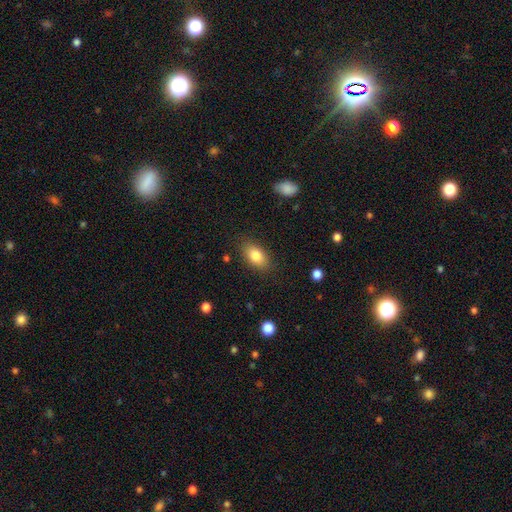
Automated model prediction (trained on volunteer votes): A smooth galaxy with no disk features (82%) that is in between round and cigar-shaped (89%).

Vote fractions:
- Smooth or featured? smooth: 82% / featured or disk: 10% / star or artifact: 8%
- How rounded? in between: 89% / round: 7% / cigar-shaped: 4%
- Merging? none: 85% / minor disturbance: 11% / major disturbance: 3% / merger: 1%